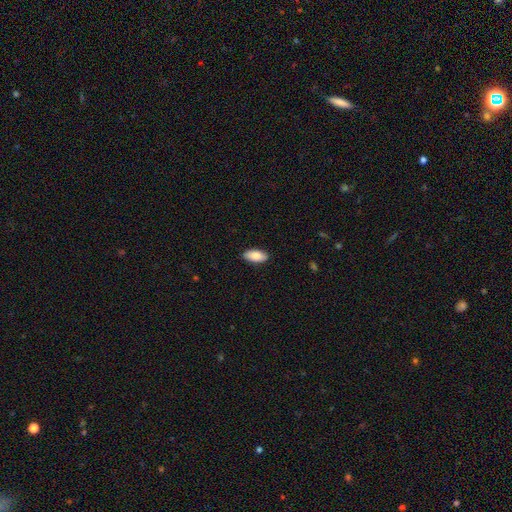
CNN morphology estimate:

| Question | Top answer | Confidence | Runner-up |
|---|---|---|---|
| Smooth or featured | smooth | 86% | featured or disk (8%) |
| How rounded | in between | 91% | cigar-shaped (7%) |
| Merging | none | 89% | minor disturbance (9%) |